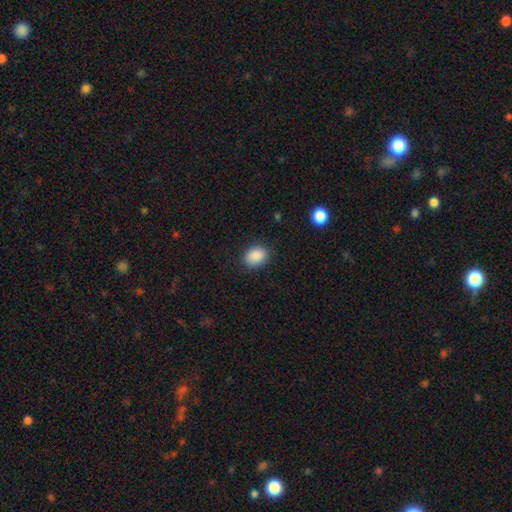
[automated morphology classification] type=smooth (89%); roundness=in between (60%); merging=none (86%).